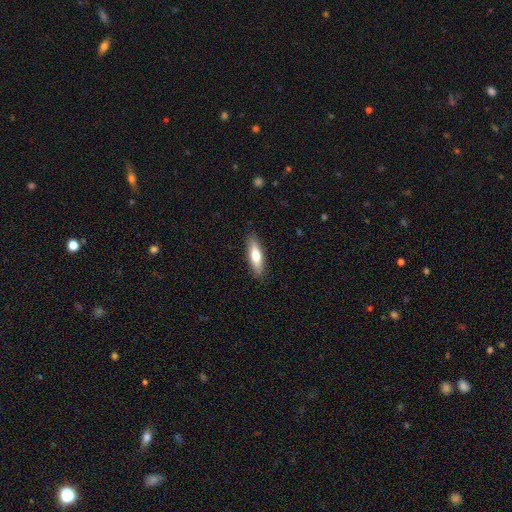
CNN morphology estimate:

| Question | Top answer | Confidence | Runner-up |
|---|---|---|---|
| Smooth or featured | smooth | 62% | featured or disk (32%) |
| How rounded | cigar-shaped | 58% | in between (40%) |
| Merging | none | 89% | minor disturbance (8%) |